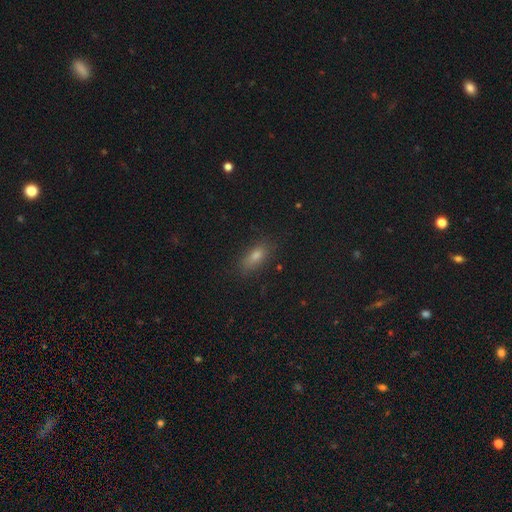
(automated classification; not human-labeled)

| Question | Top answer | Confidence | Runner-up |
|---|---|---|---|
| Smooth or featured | smooth | 71% | star or artifact (17%) |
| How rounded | in between | 74% | cigar-shaped (19%) |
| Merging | none | 83% | minor disturbance (12%) |